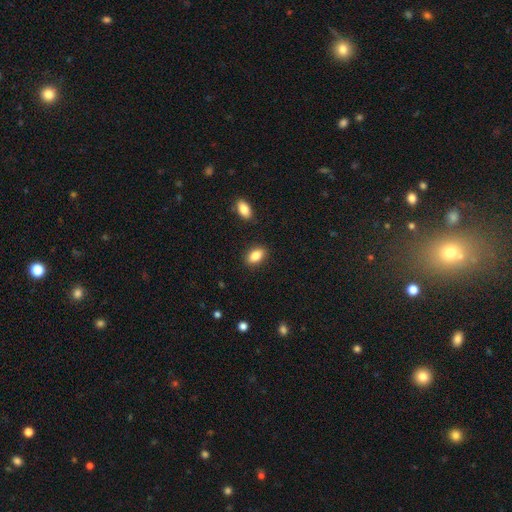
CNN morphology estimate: Smooth or featured? Predicted: smooth (p=0.85). How rounded? Predicted: in between (p=0.89). Merging? Predicted: none (p=0.88).